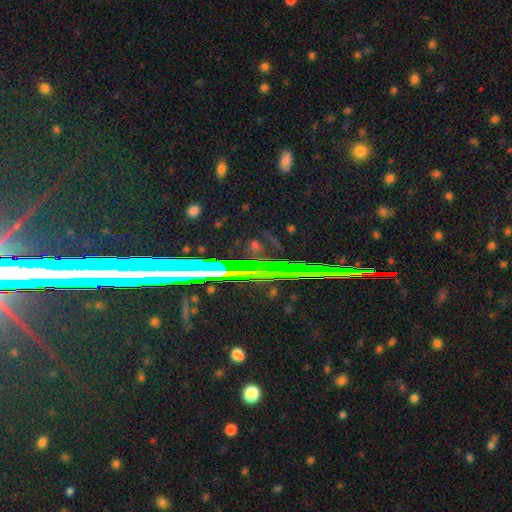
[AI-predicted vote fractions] Overall: star or artifact (77%).